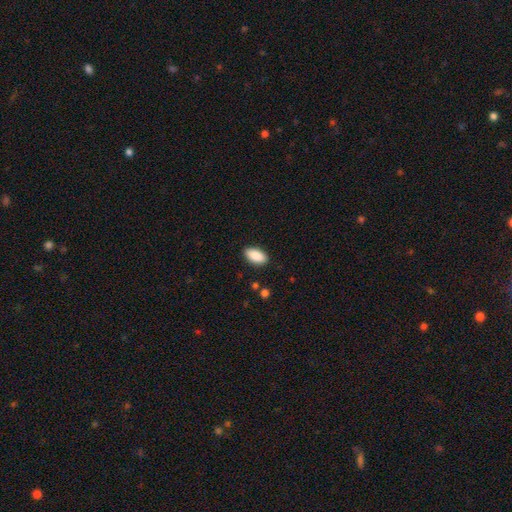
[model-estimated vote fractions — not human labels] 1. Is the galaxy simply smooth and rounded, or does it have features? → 90% smooth, 7% star or artifact, 4% featured or disk.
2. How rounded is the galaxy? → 93% in between, 4% cigar-shaped, 3% round.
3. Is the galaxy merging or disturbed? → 87% none, 10% minor disturbance, 2% major disturbance, 1% merger.